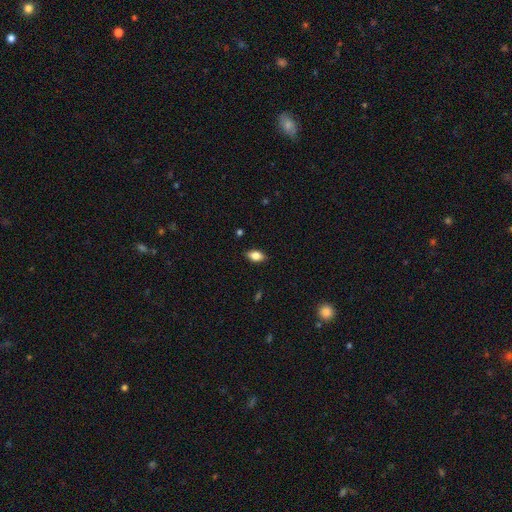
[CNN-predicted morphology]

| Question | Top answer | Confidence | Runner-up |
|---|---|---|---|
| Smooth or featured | smooth | 80% | featured or disk (12%) |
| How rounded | in between | 88% | round (7%) |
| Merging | none | 86% | minor disturbance (11%) |